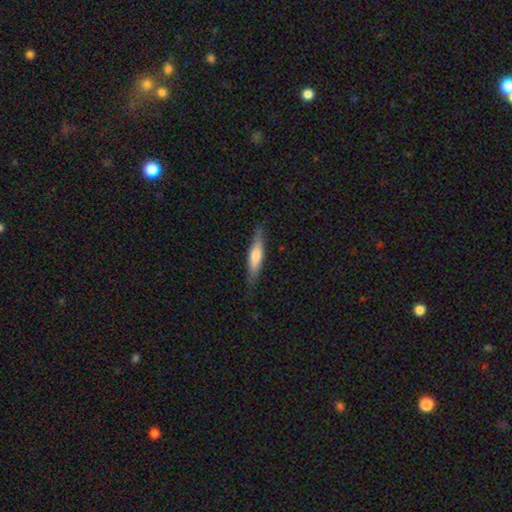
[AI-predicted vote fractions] The model was most divided on "smooth or featured": smooth: 58%, featured or disk: 37%, star or artifact: 6%. More confident: merging — none (82%); how rounded — cigar-shaped (81%).